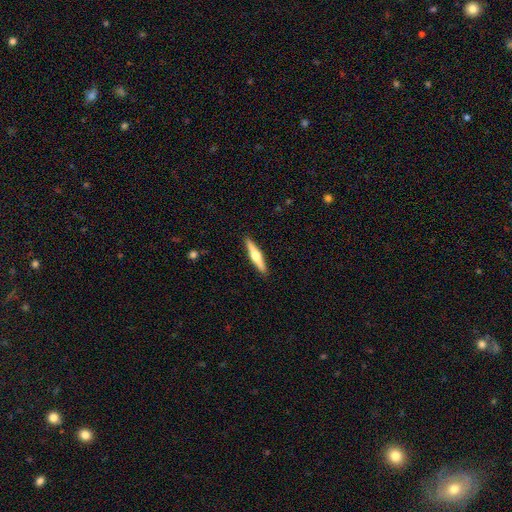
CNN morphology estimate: This appears to be a featured or disk galaxy (62%) viewed edge-on (97%) with a rounded central bulge (93%). Merging: none (91%).